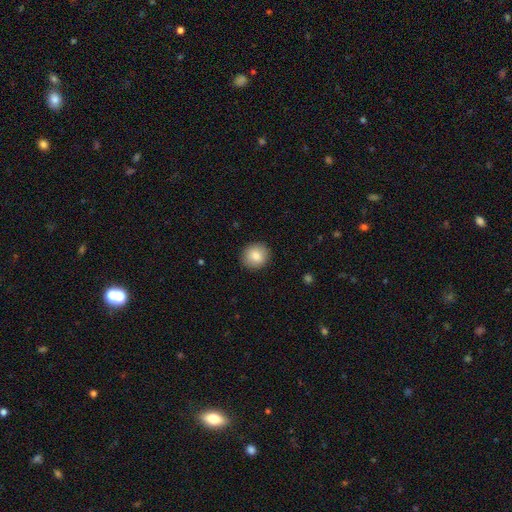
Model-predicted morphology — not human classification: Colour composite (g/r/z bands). It shows a smooth galaxy with no disk features (86%) that is round (85%). Merging: none (91%).